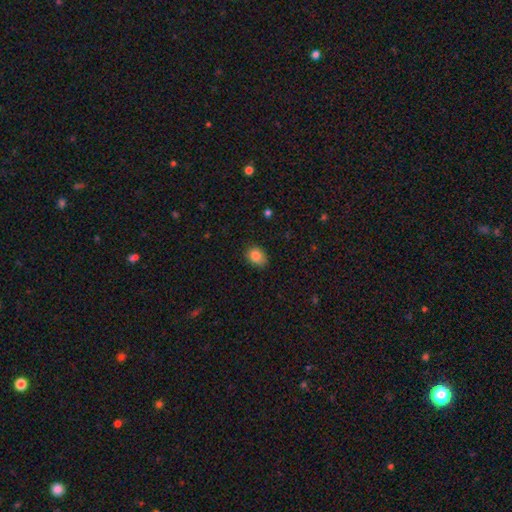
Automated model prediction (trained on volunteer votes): Smooth or featured? Predicted: smooth (p=0.85). How rounded? Predicted: in between (p=0.67). Merging? Predicted: none (p=0.81).